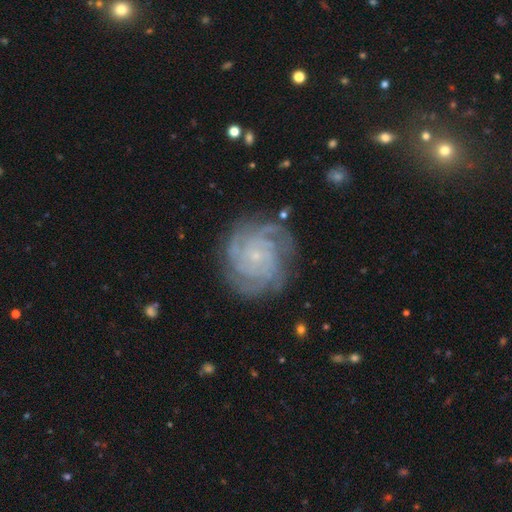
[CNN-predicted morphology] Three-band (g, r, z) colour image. It shows a featured or disk galaxy (87%) with no bar (78%), 4 (31%) tight (77%) spiral arms (98%) and a small central bulge (85%). Merging: none (79%).